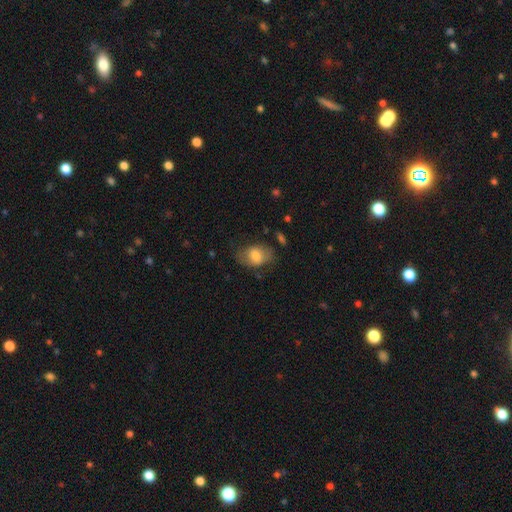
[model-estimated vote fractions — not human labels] Overall: smooth (68%). How rounded: in between (80%). Merging: none (63%; minor disturbance 24%).